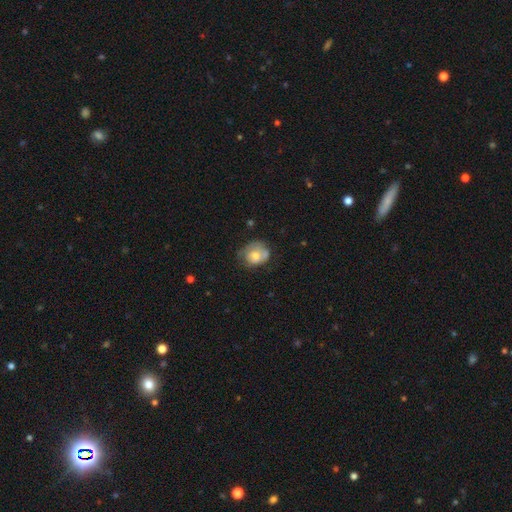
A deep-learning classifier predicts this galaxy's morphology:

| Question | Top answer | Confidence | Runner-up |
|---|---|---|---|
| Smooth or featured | smooth | 59% | featured or disk (33%) |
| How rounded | round | 61% | in between (39%) |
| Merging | none | 45% | minor disturbance (34%) |